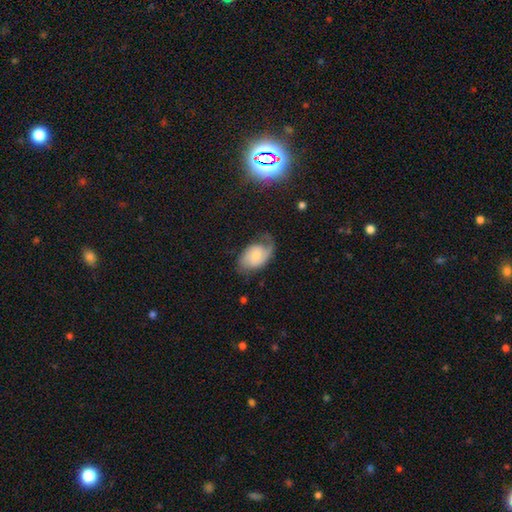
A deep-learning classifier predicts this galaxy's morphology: Smooth or featured? Predicted: featured or disk (p=0.59). Edge-on disk? Predicted: no (p=0.96). Bar? Predicted: no (p=0.63). Spiral arms? Predicted: yes (p=0.89). Spiral winding? Predicted: medium (p=0.40). Spiral arm count? Predicted: 2 (p=0.52). Bulge size? Predicted: small (p=0.51). Merging? Predicted: none (p=0.48).